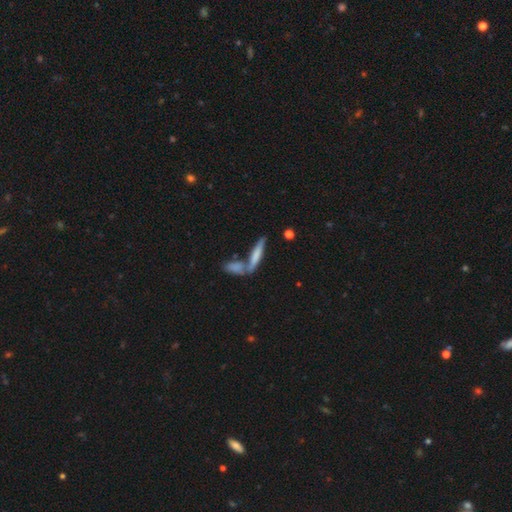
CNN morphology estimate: A smooth galaxy with no disk features (64%) that is cigar-shaped (83%).

Vote fractions:
- Smooth or featured? smooth: 64% / featured or disk: 29% / star or artifact: 7%
- How rounded? cigar-shaped: 83% / in between: 15% / round: 2%
- Merging? none: 53% / merger: 32% / minor disturbance: 11% / major disturbance: 4%